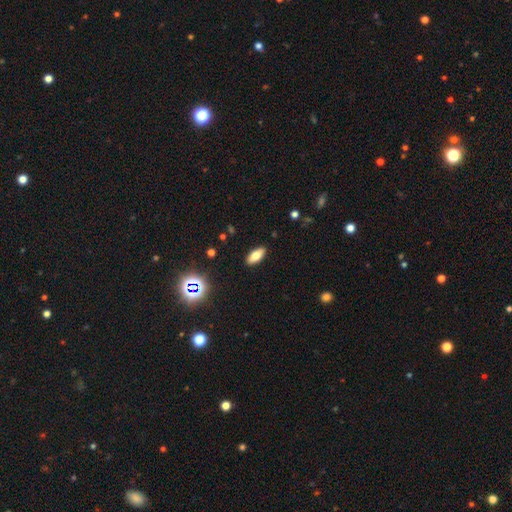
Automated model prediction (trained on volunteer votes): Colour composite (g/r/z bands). It shows a smooth galaxy with no disk features (73%) that is in between round and cigar-shaped (83%). Merging: none (89%).